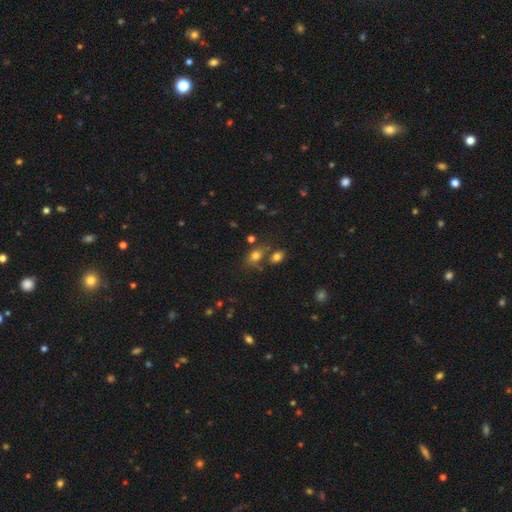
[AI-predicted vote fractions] The model was most divided on "merging": none: 57%, merger: 23%, minor disturbance: 15%, major disturbance: 5%. More confident: smooth or featured — smooth (75%); how rounded — in between (70%).